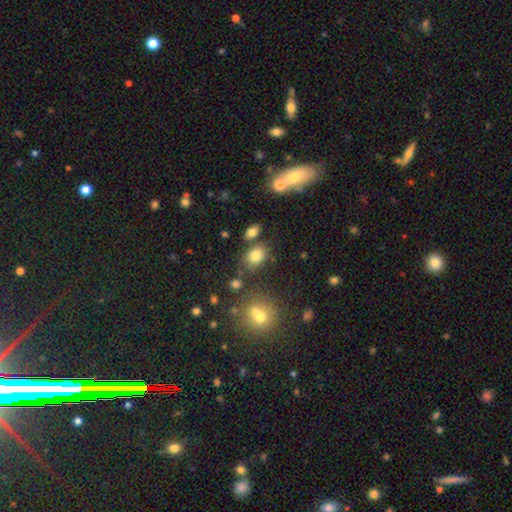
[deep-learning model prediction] A smooth galaxy with no disk features (78%) that is in between round and cigar-shaped (69%).

Vote fractions:
- Smooth or featured? smooth: 78% / star or artifact: 13% / featured or disk: 9%
- How rounded? in between: 69% / round: 30% / cigar-shaped: 1%
- Merging? none: 70% / minor disturbance: 14% / merger: 11% / major disturbance: 5%